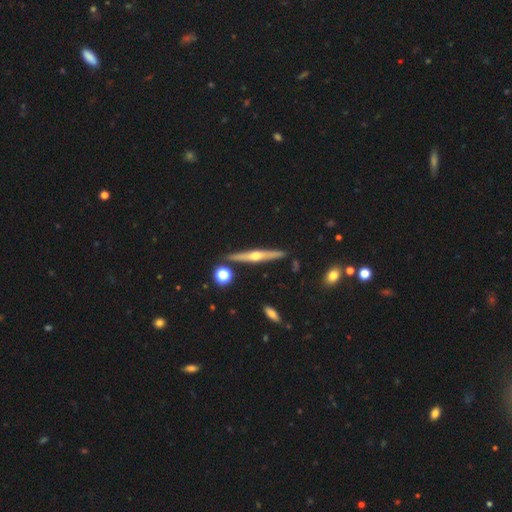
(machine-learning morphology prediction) Smooth or featured: featured or disk — 71% (smooth — 22%)
Edge-on disk: yes — 97% (no — 3%)
Edge-on bulge: rounded — 92% (none — 6%)
Merging: none — 88% (minor disturbance — 8%)